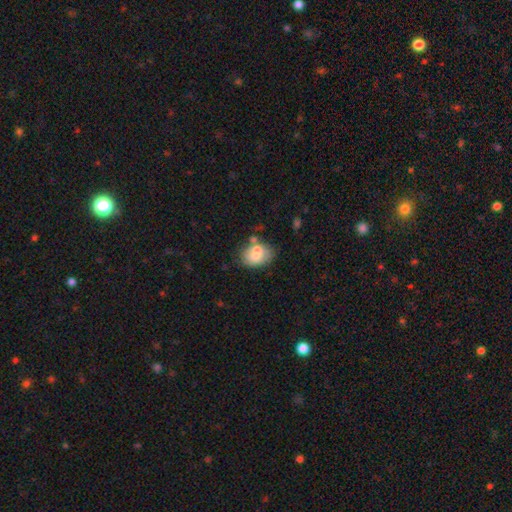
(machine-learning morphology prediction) smooth-or-featured: smooth: 68% | featured or disk: 24% | star or artifact: 9%
  how-rounded: in between: 70% | round: 29% | cigar-shaped: 1%
  merging: none: 49% | merger: 23% | minor disturbance: 21% | major disturbance: 7%